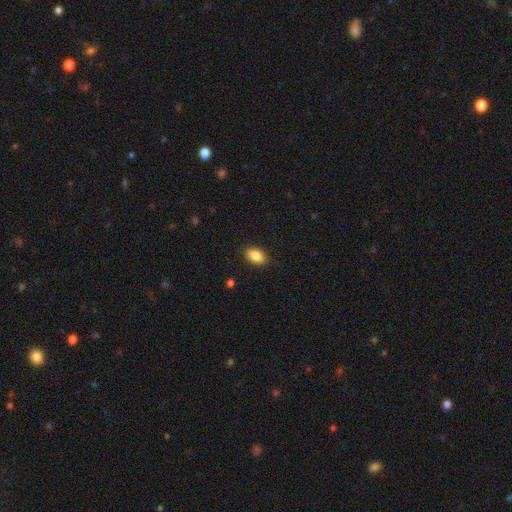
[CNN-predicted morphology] Overall: smooth (88%). How rounded: in between (88%). Merging: none (88%).